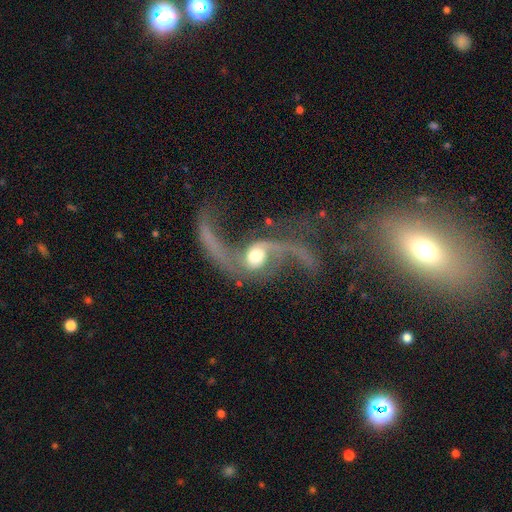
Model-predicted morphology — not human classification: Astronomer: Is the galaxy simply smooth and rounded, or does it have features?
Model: featured or disk — 87%.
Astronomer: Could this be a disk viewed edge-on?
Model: no — 96%.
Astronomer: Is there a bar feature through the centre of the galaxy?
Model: no — 55% (runner-up: weak, 30%).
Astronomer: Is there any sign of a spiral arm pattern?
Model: yes — 93%.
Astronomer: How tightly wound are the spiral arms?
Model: loose — 87%.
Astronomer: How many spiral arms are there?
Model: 2 — 90%.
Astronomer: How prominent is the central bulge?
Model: moderate — 57%.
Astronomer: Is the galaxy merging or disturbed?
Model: major disturbance — 39% (runner-up: none, 37%).